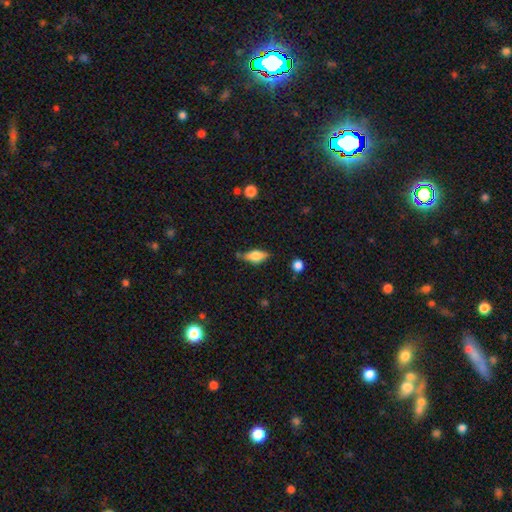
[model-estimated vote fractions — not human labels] A smooth galaxy with no disk features (56%) that is in between round and cigar-shaped (76%).

Vote fractions:
- Smooth or featured? smooth: 56% / featured or disk: 35% / star or artifact: 8%
- How rounded? in between: 76% / cigar-shaped: 19% / round: 5%
- Merging? none: 69% / minor disturbance: 21% / major disturbance: 5% / merger: 4%